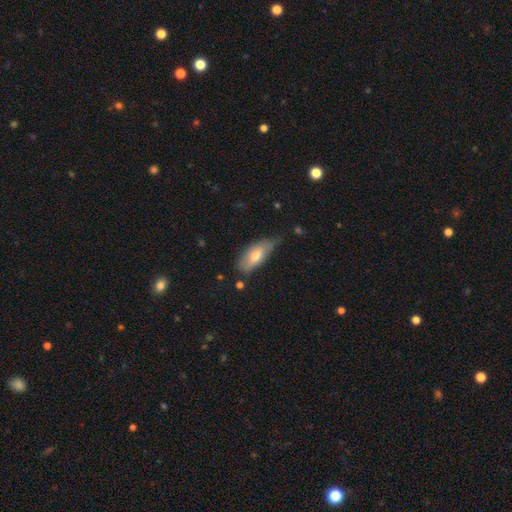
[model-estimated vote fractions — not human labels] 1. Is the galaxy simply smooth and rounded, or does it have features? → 68% smooth, 26% featured or disk, 6% star or artifact.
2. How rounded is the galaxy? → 79% in between, 19% cigar-shaped, 2% round.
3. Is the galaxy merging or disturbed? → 51% none, 38% minor disturbance, 8% major disturbance, 3% merger.